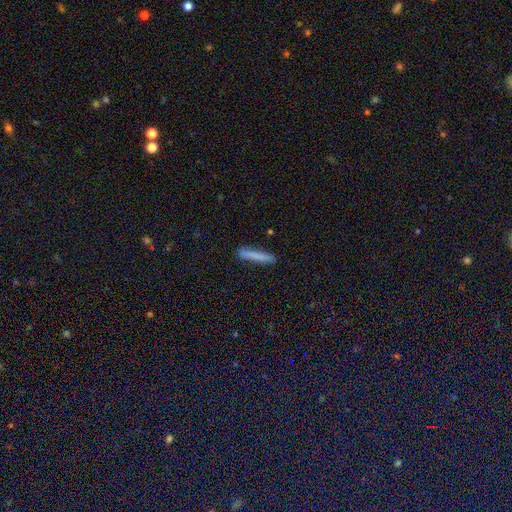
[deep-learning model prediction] Smooth or featured?
  - smooth: 80% *
  - featured or disk: 13%
  - star or artifact: 6%
How rounded?
  - cigar-shaped: 95% *
  - in between: 4%
  - round: 1%
Merging?
  - none: 89% *
  - minor disturbance: 8%
  - major disturbance: 2%
  - merger: 1%